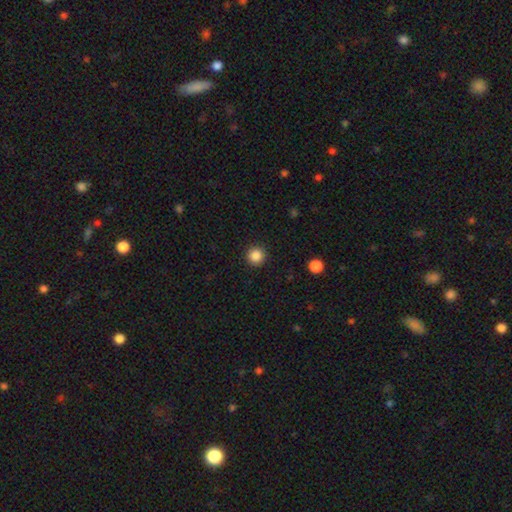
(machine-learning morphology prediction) Smooth or featured? Predicted: smooth (p=0.86). How rounded? Predicted: round (p=0.96). Merging? Predicted: none (p=0.93).